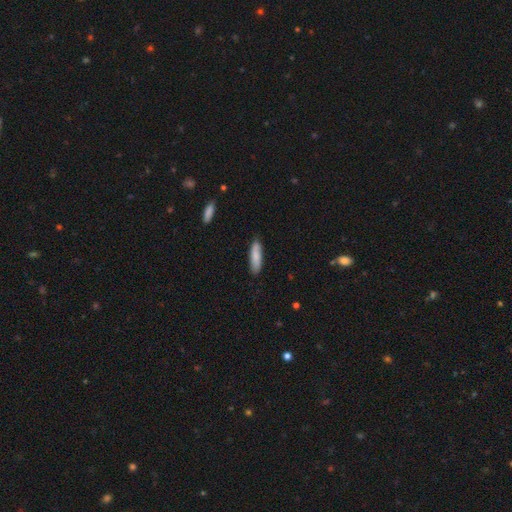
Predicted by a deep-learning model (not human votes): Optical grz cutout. It shows a smooth galaxy with no disk features (81%) that is cigar-shaped (64%). Merging: none (83%).